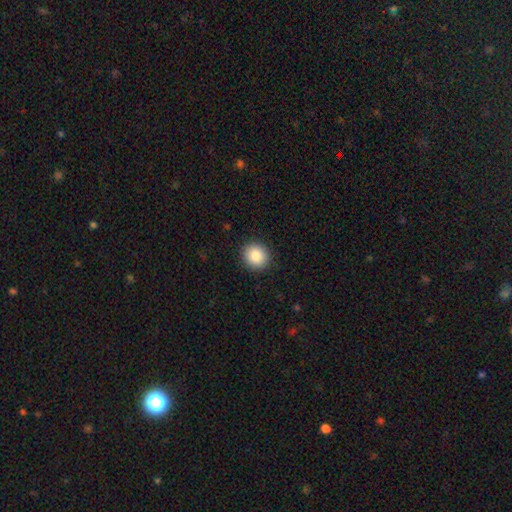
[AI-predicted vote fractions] A smooth galaxy with no disk features (88%) that is round (88%).

Vote fractions:
- Smooth or featured? smooth: 88% / star or artifact: 8% / featured or disk: 4%
- How rounded? round: 88% / in between: 11% / cigar-shaped: 1%
- Merging? none: 91% / minor disturbance: 6% / major disturbance: 2% / merger: 1%